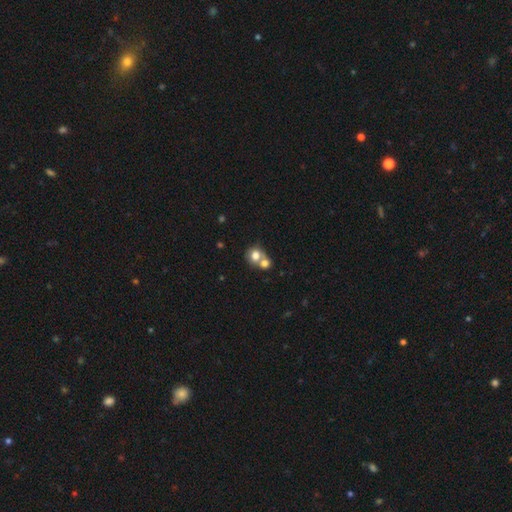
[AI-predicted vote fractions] Overall: smooth (74%). How rounded: round (74%). Merging: merger (57%; none 32%).